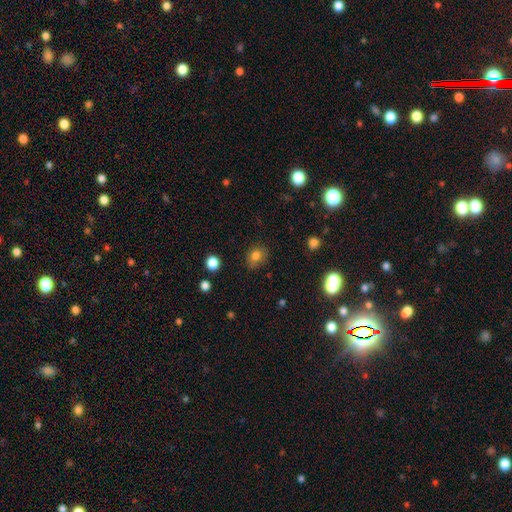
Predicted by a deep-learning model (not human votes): A smooth galaxy with no disk features (79%) that is round (55%).

Vote fractions:
- Smooth or featured? smooth: 79% / star or artifact: 13% / featured or disk: 8%
- How rounded? round: 55% / in between: 44% / cigar-shaped: 1%
- Merging? none: 77% / minor disturbance: 17% / major disturbance: 4% / merger: 2%